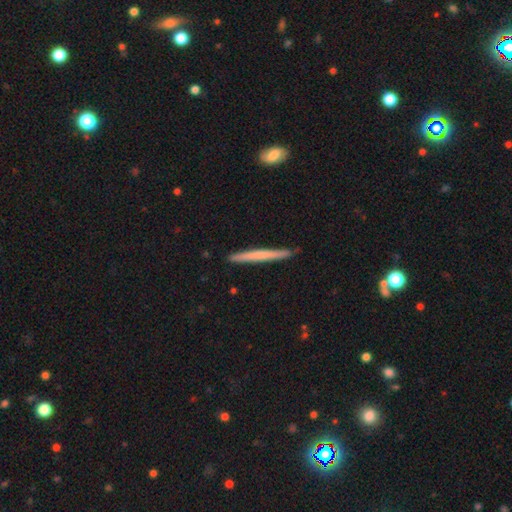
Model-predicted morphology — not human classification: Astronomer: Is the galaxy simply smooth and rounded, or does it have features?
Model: smooth — 51% (runner-up: featured or disk, 42%).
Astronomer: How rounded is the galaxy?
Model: cigar-shaped — 97%.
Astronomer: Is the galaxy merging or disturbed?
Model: none — 91%.